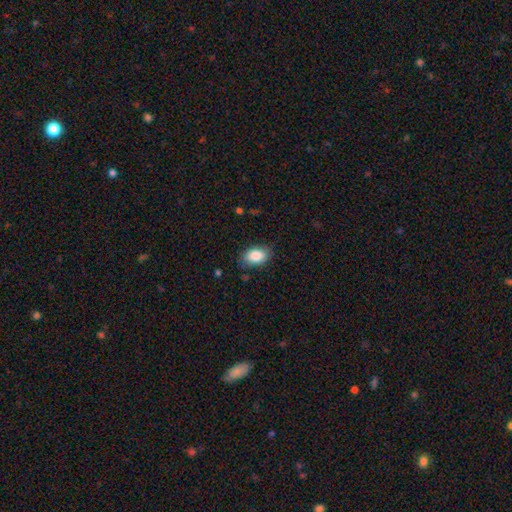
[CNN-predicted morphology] This is clearly a smooth galaxy (86%). How rounded: clearly in between (89%). Merging: clearly none (80%).